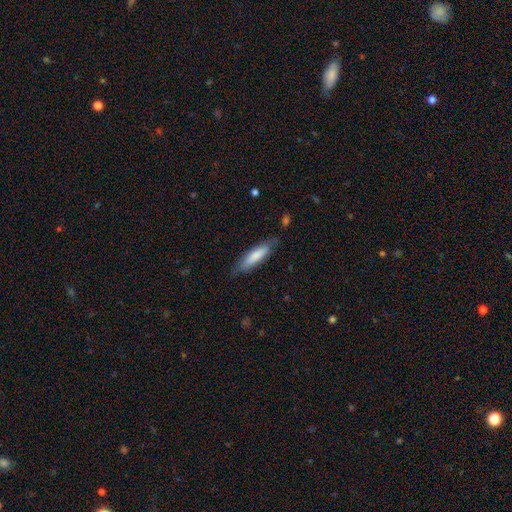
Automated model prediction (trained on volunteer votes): Smooth or featured?
  - smooth: 78% *
  - featured or disk: 17%
  - star or artifact: 5%
How rounded?
  - cigar-shaped: 69% *
  - in between: 30%
  - round: 1%
Merging?
  - none: 78% *
  - minor disturbance: 17%
  - major disturbance: 3%
  - merger: 1%